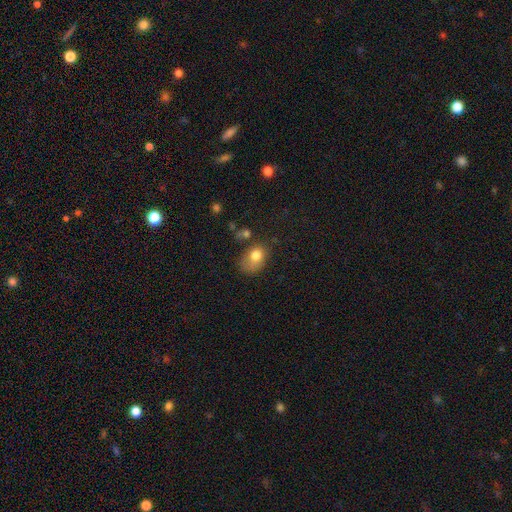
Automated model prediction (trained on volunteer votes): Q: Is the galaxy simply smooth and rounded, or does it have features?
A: smooth — 77%.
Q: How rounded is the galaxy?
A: in between — 67%.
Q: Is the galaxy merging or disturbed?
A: none — 35%.